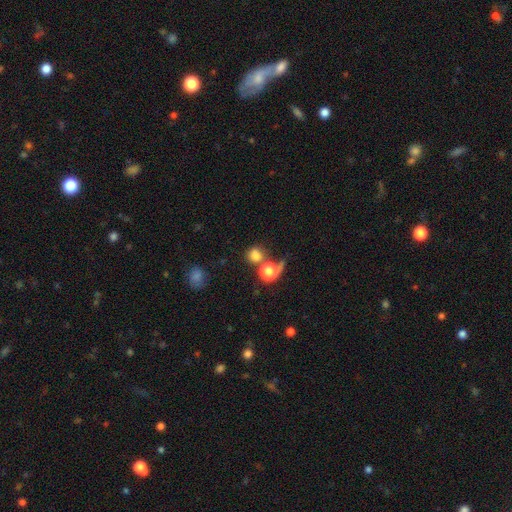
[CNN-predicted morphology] Smooth or featured? smooth (76%)
How rounded? round (81%)
Merging? none (51%)